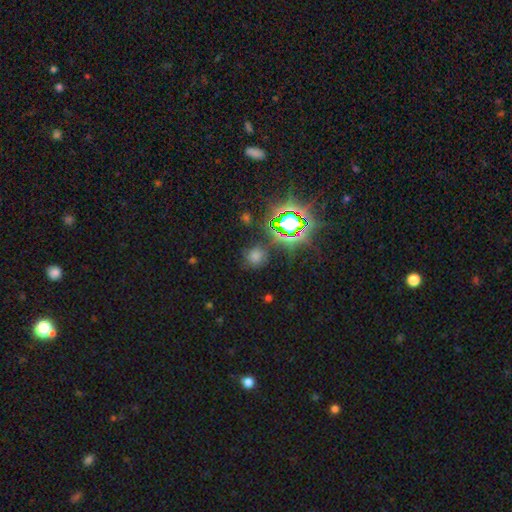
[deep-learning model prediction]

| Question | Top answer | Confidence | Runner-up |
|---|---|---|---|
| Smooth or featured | star or artifact | 46% | tied: smooth (46%) |